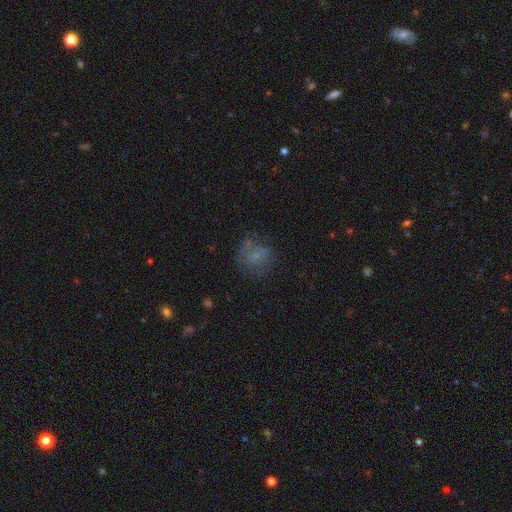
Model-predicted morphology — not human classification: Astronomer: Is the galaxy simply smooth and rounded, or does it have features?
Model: smooth — 55%.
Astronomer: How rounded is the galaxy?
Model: round — 68%.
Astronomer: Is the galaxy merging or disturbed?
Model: none — 55%.